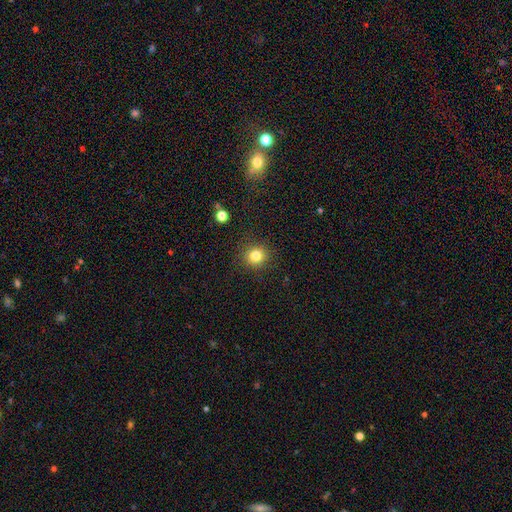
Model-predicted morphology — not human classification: Smooth or featured?
  - smooth: 82% *
  - star or artifact: 12%
  - featured or disk: 6%
How rounded?
  - round: 88% *
  - in between: 11%
  - cigar-shaped: 1%
Merging?
  - none: 89% *
  - minor disturbance: 7%
  - major disturbance: 3%
  - merger: 1%